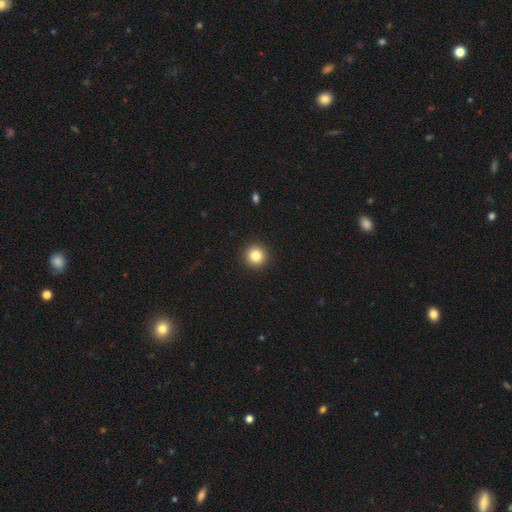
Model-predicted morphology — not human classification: smooth 82%, star or artifact 11%, featured or disk 6%. Down the decision tree: how rounded — round (96%); merging — none (93%).